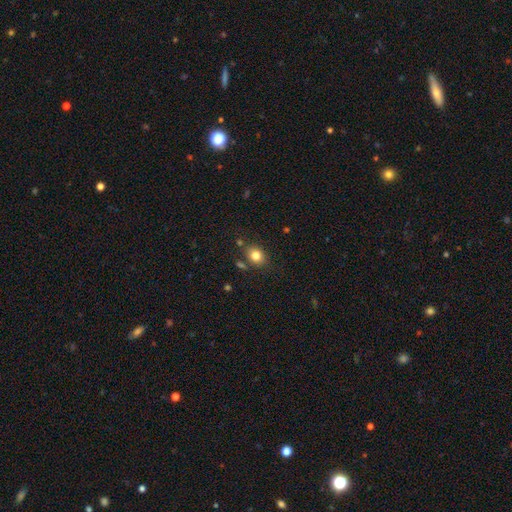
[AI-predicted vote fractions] smooth_or_featured: smooth (p=0.82) [alt: star or artifact p=0.11]
how_rounded: in between (p=0.51) [alt: round p=0.48]
merging: none (p=0.77) [alt: minor disturbance p=0.13]